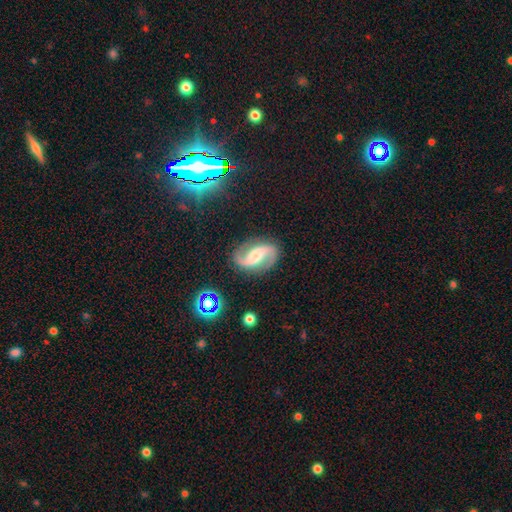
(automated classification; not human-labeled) Smooth or featured?
  - featured or disk: 89% *
  - smooth: 6%
  - star or artifact: 6%
Edge-on disk?
  - no: 98% *
  - yes: 2%
Bar?
  - weak: 38% *
  - strong: 33%
  - no: 29%
Spiral arms?
  - yes: 97% *
  - no: 3%
Spiral winding?
  - loose: 45% *
  - medium: 43%
  - tight: 12%
Spiral arm count?
  - 2: 94% *
  - can't tell: 2%
  - 1: 1%
  - 3: 1%
  - 4: 1%
  - more than 4: 1%
Bulge size?
  - moderate: 50% *
  - small: 33%
  - large: 10%
  - none: 5%
  - dominant: 2%
Merging?
  - none: 84% *
  - minor disturbance: 11%
  - major disturbance: 4%
  - merger: 1%